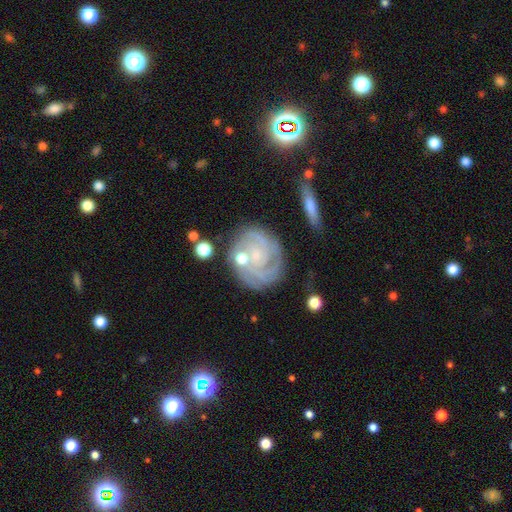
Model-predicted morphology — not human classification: Smooth or featured: featured or disk — 82% (smooth — 11%)
Edge-on disk: no — 97% (yes — 3%)
Bar: no — 70% (weak — 24%)
Spiral arms: yes — 95% (no — 5%)
Spiral winding: tight — 73% (medium — 22%)
Spiral arm count: 3 — 28% (can't tell — 26%)
Bulge size: small — 65% (moderate — 23%)
Merging: none — 70% (minor disturbance — 17%)